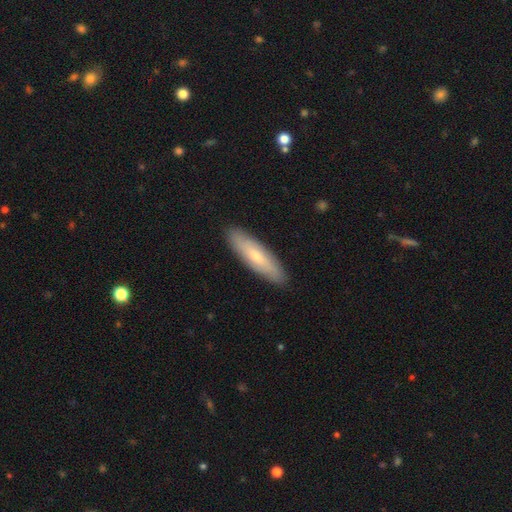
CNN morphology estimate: The model was most divided on "smooth or featured": smooth: 62%, featured or disk: 33%, star or artifact: 6%. More confident: merging — none (89%); how rounded — cigar-shaped (65%).